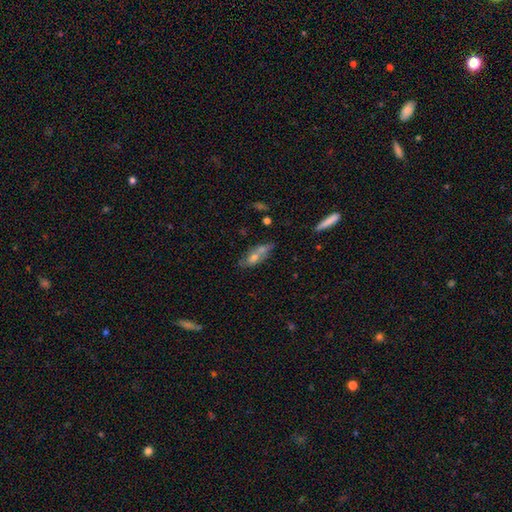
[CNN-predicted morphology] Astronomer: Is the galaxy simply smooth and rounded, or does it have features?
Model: smooth — 53% (runner-up: featured or disk, 37%).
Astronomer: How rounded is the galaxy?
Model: in between — 58% (runner-up: cigar-shaped, 36%).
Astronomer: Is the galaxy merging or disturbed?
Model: none — 47% (runner-up: merger, 26%).